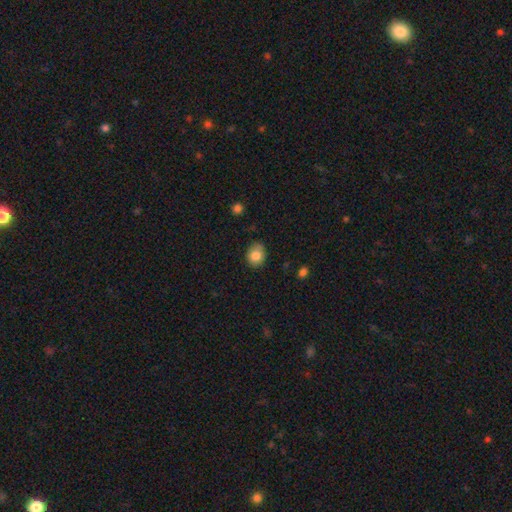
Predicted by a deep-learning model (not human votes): A smooth galaxy with no disk features (81%) that is round (59%).

Vote fractions:
- Smooth or featured? smooth: 81% / featured or disk: 10% / star or artifact: 9%
- How rounded? round: 59% / in between: 41% / cigar-shaped: 1%
- Merging? none: 75% / minor disturbance: 20% / major disturbance: 4% / merger: 2%